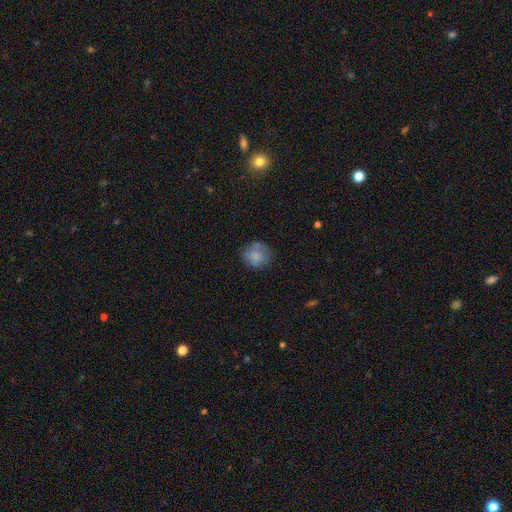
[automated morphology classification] smooth_or_featured: smooth (p=0.81) [alt: featured or disk p=0.11]
how_rounded: round (p=0.86) [alt: in between p=0.13]
merging: none (p=0.75) [alt: minor disturbance p=0.17]